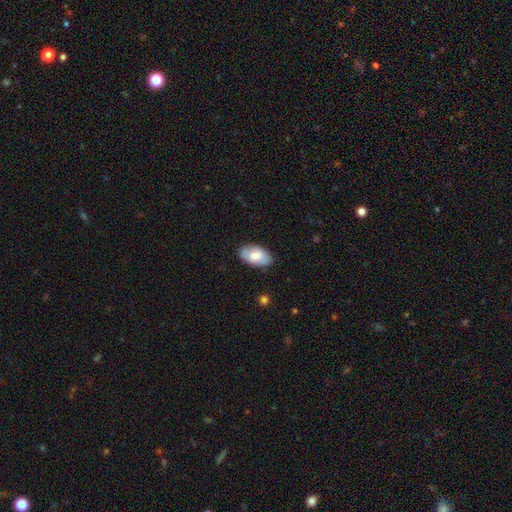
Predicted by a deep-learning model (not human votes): smooth_or_featured: smooth (p=0.75) [alt: featured or disk p=0.19]
how_rounded: in between (p=0.94) [alt: round p=0.04]
merging: none (p=0.81) [alt: minor disturbance p=0.15]